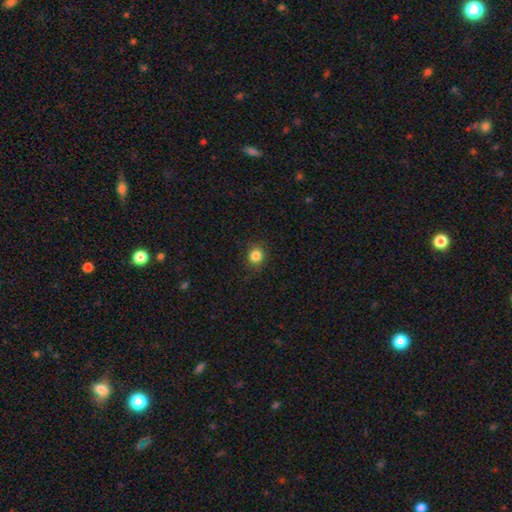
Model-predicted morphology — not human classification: This is clearly a smooth galaxy (84%). How rounded: likely round (77%). Merging: clearly none (86%).